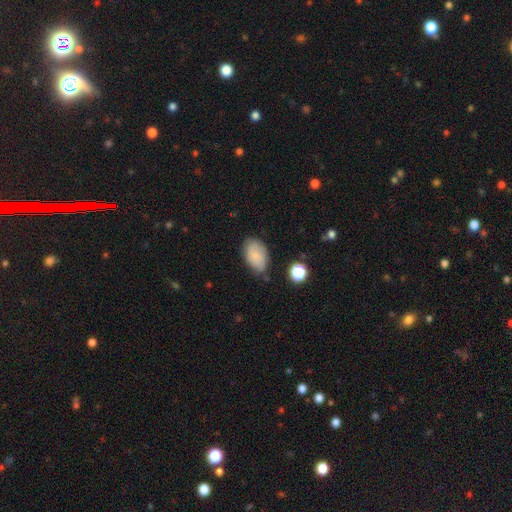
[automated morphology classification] Smooth or featured? Predicted: smooth (p=0.75). How rounded? Predicted: in between (p=0.90). Merging? Predicted: none (p=0.68).